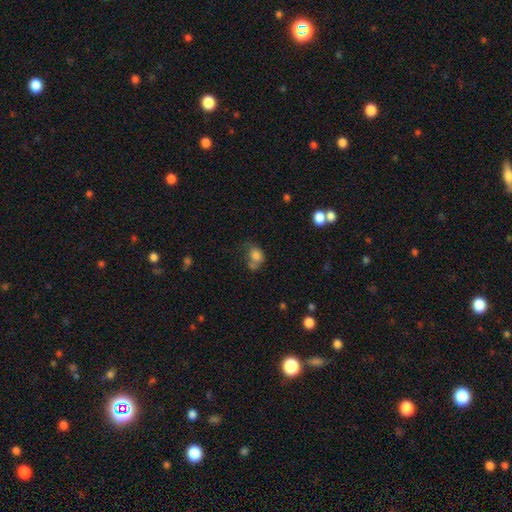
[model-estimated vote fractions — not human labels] Q: Smooth or featured?
A: smooth (75%); runner-up: featured or disk (13%)
Q: How rounded?
A: in between (59%); runner-up: round (40%)
Q: Merging?
A: none (31%); runner-up: merger (28%)